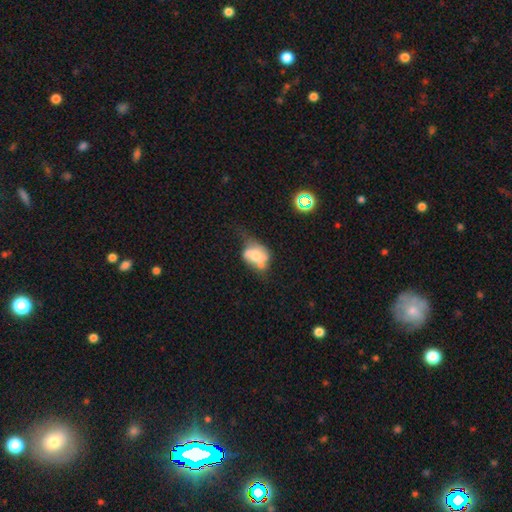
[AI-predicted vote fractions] smooth 48%, featured or disk 42%, star or artifact 10%. Down the decision tree: merging — minor disturbance (29%, tied with major disturbance).